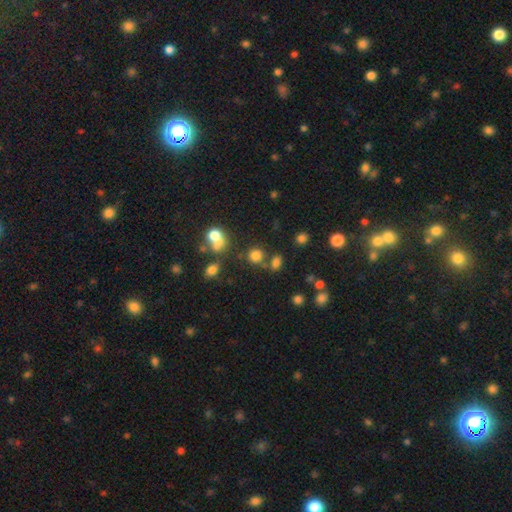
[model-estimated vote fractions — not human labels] Morphology: type=smooth (75%); roundness=round (82%); merging=none (63%).